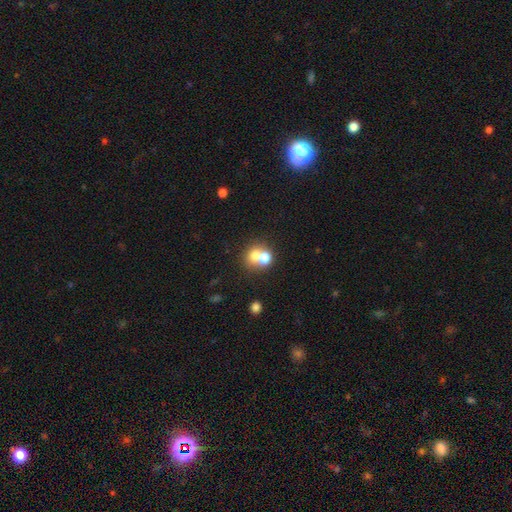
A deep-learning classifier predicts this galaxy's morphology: Smooth or featured: smooth — 69% (featured or disk — 19%)
How rounded: round — 71% (in between — 28%)
Merging: merger — 58% (none — 32%)